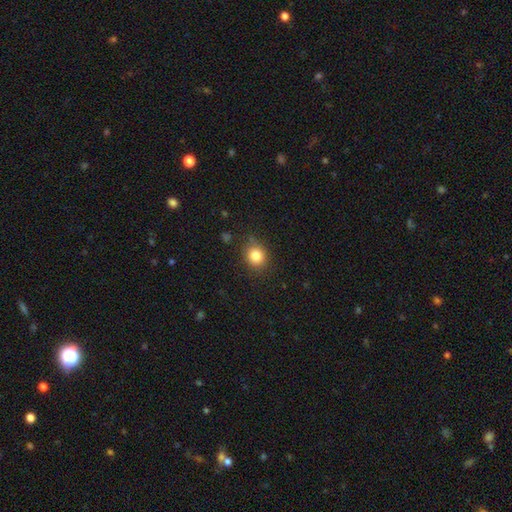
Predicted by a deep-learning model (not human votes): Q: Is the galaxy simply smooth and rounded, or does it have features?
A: smooth — 83%.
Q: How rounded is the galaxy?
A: round — 76%.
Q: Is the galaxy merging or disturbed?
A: none — 82%.